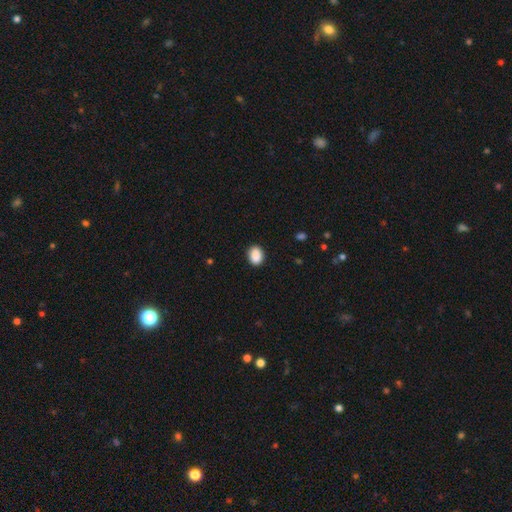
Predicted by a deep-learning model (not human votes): Overall: smooth (90%). How rounded: in between (69%; round 30%). Merging: none (88%).